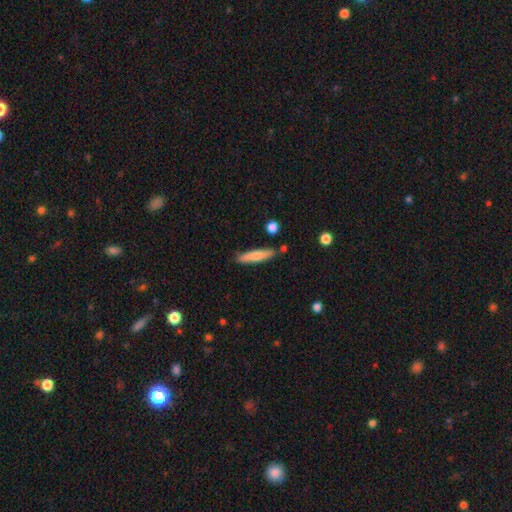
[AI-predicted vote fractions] Smooth or featured? Predicted: smooth (p=0.73). How rounded? Predicted: cigar-shaped (p=0.85). Merging? Predicted: none (p=0.83).